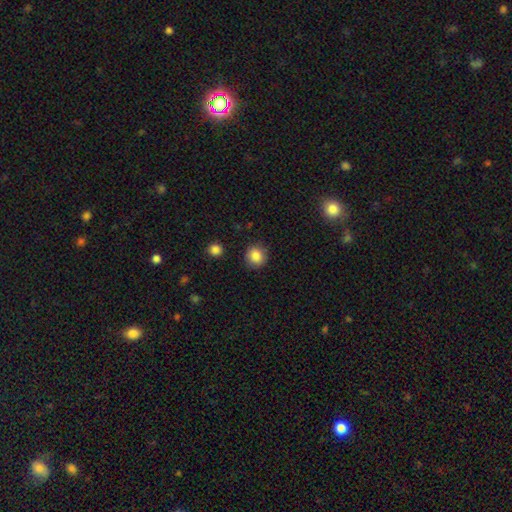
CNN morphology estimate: Smooth or featured: smooth — 85% (star or artifact — 10%)
How rounded: round — 91% (in between — 8%)
Merging: none — 89% (minor disturbance — 7%)